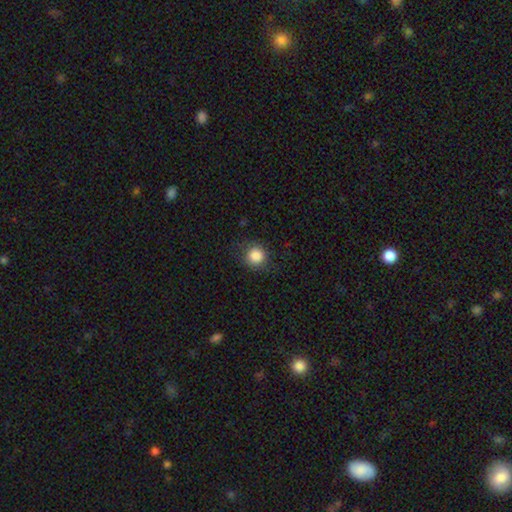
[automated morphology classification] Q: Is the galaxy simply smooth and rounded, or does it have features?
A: smooth — 86%.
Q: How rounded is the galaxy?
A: round — 91%.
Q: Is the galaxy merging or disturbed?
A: none — 83%.